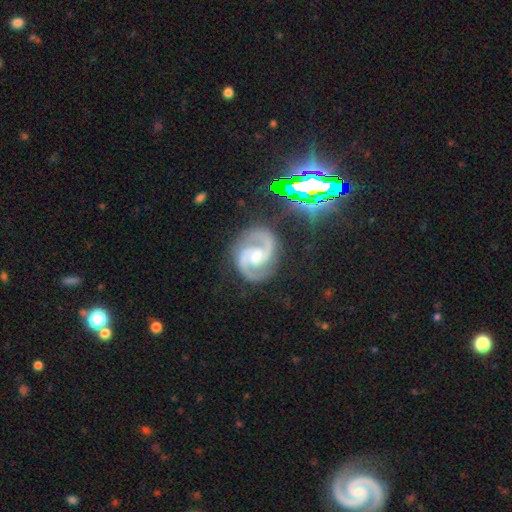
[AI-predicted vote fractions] Smooth or featured? featured or disk (91%)
Edge-on disk? no (98%)
Bar? weak (44%)
Spiral arms? yes (99%)
Spiral winding? medium (61%)
Spiral arm count? 2 (94%)
Bulge size? moderate (47%)
Merging? none (80%)